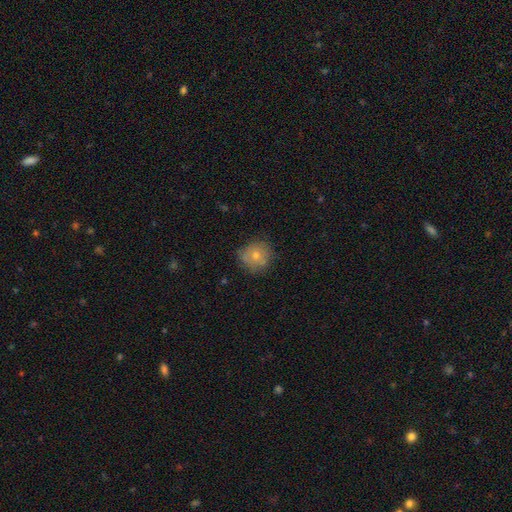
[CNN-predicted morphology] smooth-or-featured: smooth: 70% | featured or disk: 20% | star or artifact: 9%
  how-rounded: round: 88% | in between: 11% | cigar-shaped: 1%
  merging: none: 68% | minor disturbance: 21% | major disturbance: 5% | merger: 5%